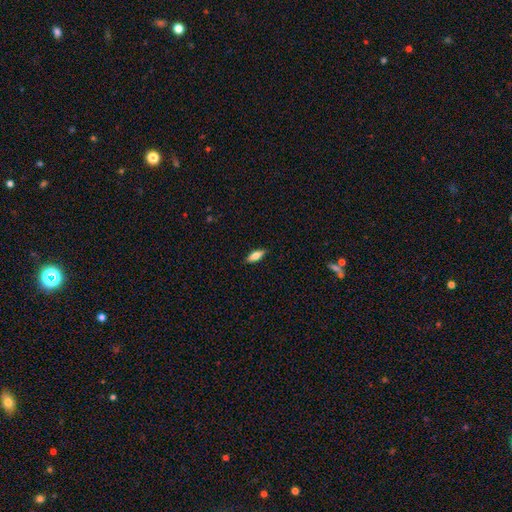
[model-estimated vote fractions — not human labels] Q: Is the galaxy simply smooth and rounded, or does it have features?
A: smooth — 73%.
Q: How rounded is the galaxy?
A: in between — 72%.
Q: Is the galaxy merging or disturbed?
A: none — 88%.